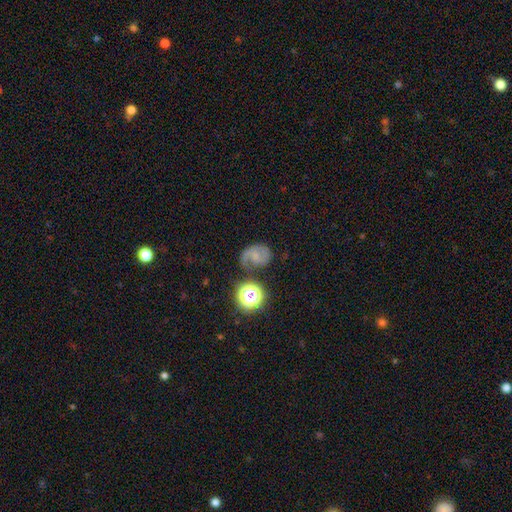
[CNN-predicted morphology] Smooth or featured?
  - featured or disk: 60% *
  - smooth: 24%
  - star or artifact: 16%
Edge-on disk?
  - no: 97% *
  - yes: 3%
Bar?
  - no: 58% *
  - weak: 34%
  - strong: 8%
Spiral arms?
  - yes: 91% *
  - no: 9%
Spiral winding?
  - medium: 47% *
  - tight: 30%
  - loose: 23%
Spiral arm count?
  - 2: 67% *
  - 1: 20%
  - can't tell: 9%
  - 3: 2%
  - 4: 1%
  - more than 4: 1%
Bulge size?
  - small: 59% *
  - moderate: 25%
  - none: 13%
  - large: 2%
  - dominant: 1%
Merging?
  - none: 62% *
  - minor disturbance: 21%
  - major disturbance: 12%
  - merger: 6%